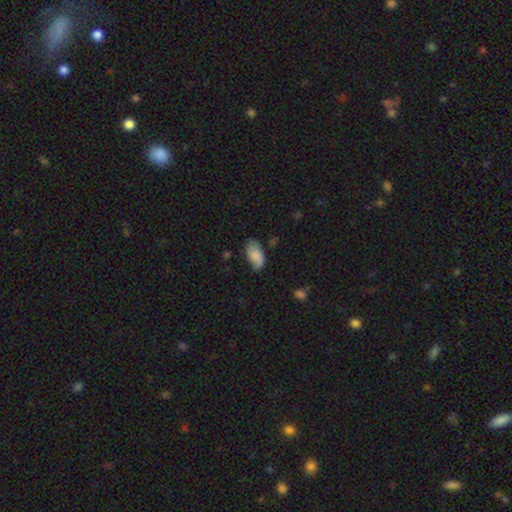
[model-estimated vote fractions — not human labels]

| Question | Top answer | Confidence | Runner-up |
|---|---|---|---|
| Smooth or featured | smooth | 74% | featured or disk (18%) |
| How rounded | in between | 94% | round (3%) |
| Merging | none | 61% | minor disturbance (30%) |